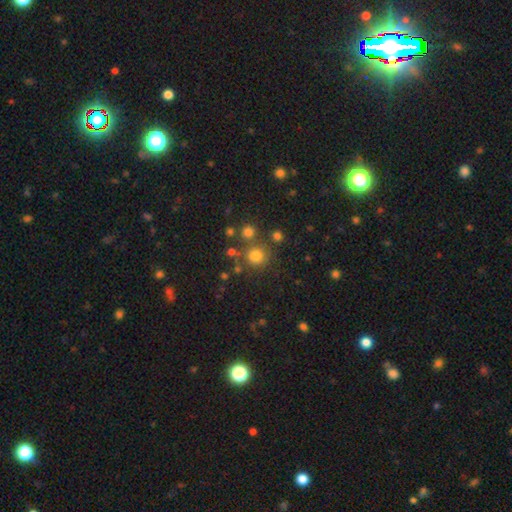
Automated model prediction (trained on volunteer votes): A smooth galaxy with no disk features (76%) that is round (89%). Merging: none (72%).